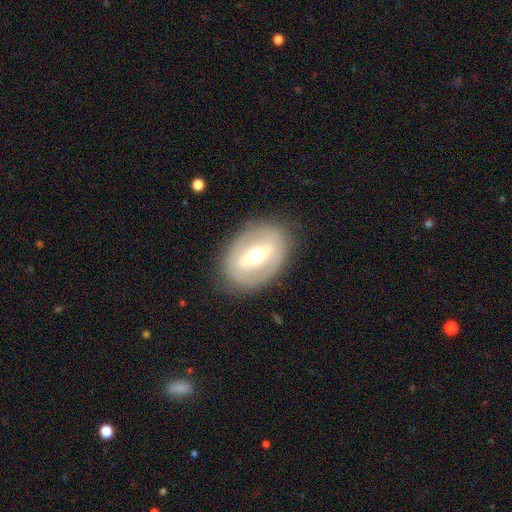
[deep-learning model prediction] A featured or disk galaxy (65%) with a strong bar (59%), no spiral arms (74%) and a moderate central bulge (71%). Merging: none (82%).